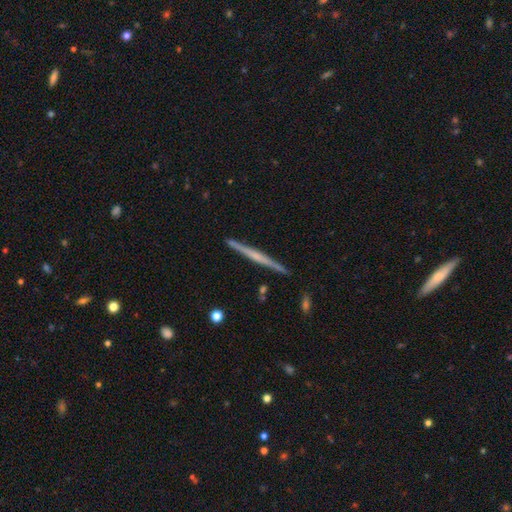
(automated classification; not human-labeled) A featured or disk galaxy (69%) viewed edge-on (98%) with no central bulge (51%). Merging: none (91%).